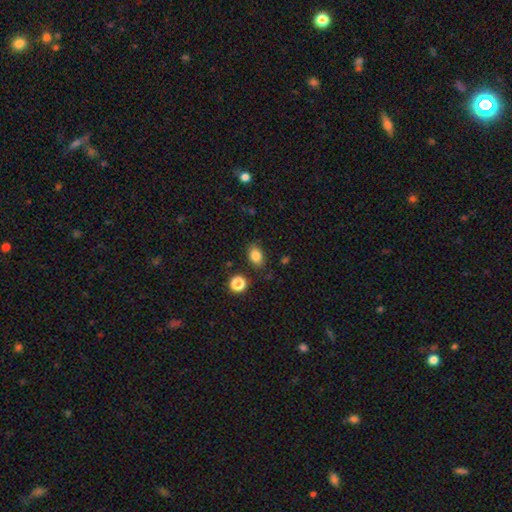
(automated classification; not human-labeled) A smooth galaxy with no disk features (84%) that is in between round and cigar-shaped (71%).

Vote fractions:
- Smooth or featured? smooth: 84% / star or artifact: 11% / featured or disk: 6%
- How rounded? in between: 71% / round: 28% / cigar-shaped: 1%
- Merging? none: 80% / minor disturbance: 13% / major disturbance: 3% / merger: 3%